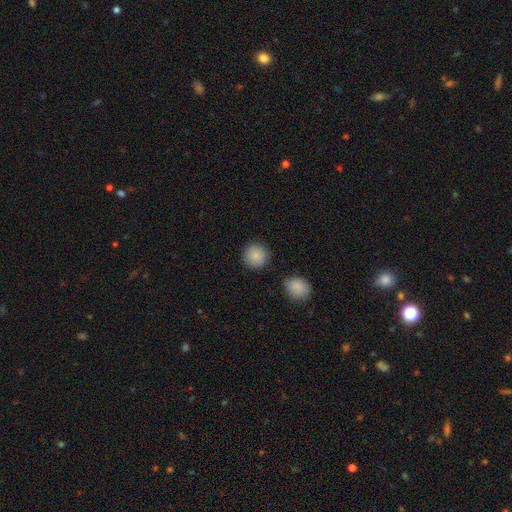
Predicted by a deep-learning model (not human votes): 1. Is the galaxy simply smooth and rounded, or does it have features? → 87% smooth, 8% star or artifact, 5% featured or disk.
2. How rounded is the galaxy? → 94% round, 5% in between, 1% cigar-shaped.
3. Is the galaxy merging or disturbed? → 88% none, 7% minor disturbance, 3% merger, 2% major disturbance.